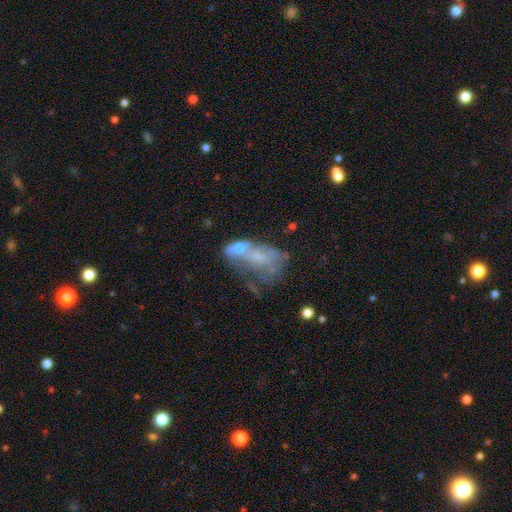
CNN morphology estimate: Smooth or featured?
  - featured or disk: 50% *
  - smooth: 33%
  - star or artifact: 16%
Edge-on disk?
  - no: 94% *
  - yes: 6%
Merging?
  - merger: 42% *
  - major disturbance: 24%
  - none: 21%
  - minor disturbance: 13%